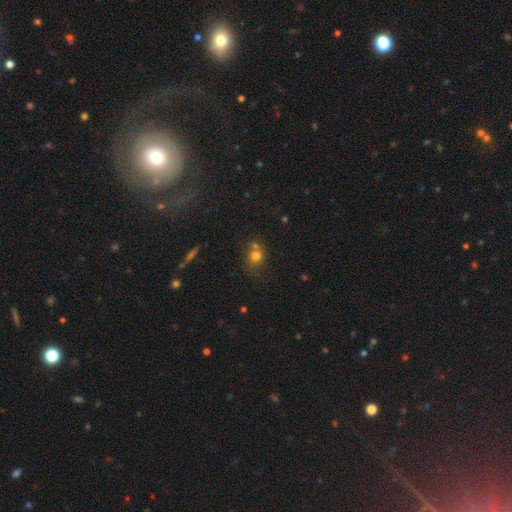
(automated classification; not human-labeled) Q: Smooth or featured?
A: smooth (73%); runner-up: star or artifact (15%)
Q: How rounded?
A: round (78%); runner-up: in between (21%)
Q: Merging?
A: none (51%); runner-up: merger (31%)